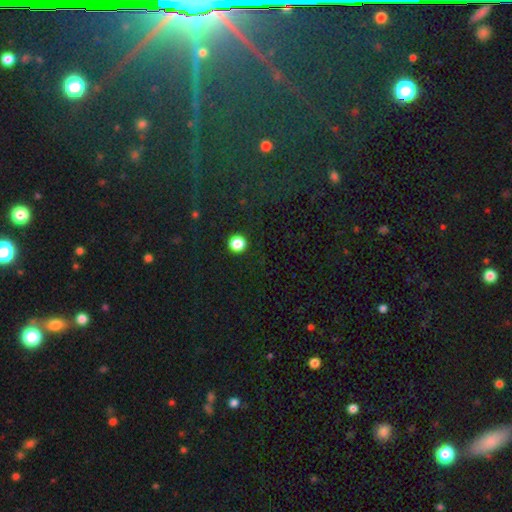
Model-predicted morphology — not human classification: smooth-or-featured: star or artifact: 76% | smooth: 12% | featured or disk: 12%